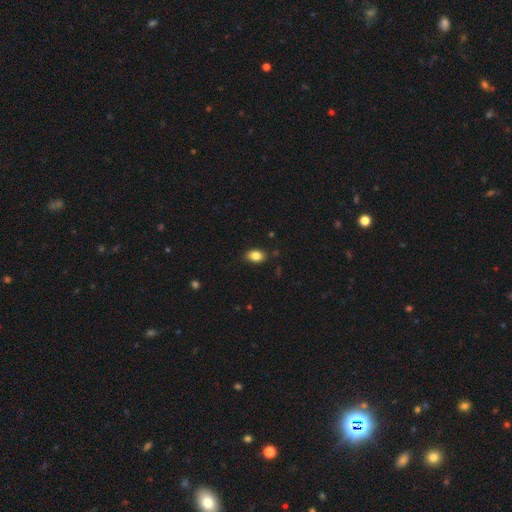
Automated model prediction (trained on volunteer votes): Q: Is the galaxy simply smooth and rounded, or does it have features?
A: smooth — 85%.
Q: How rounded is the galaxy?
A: in between — 83%.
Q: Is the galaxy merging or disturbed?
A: none — 86%.